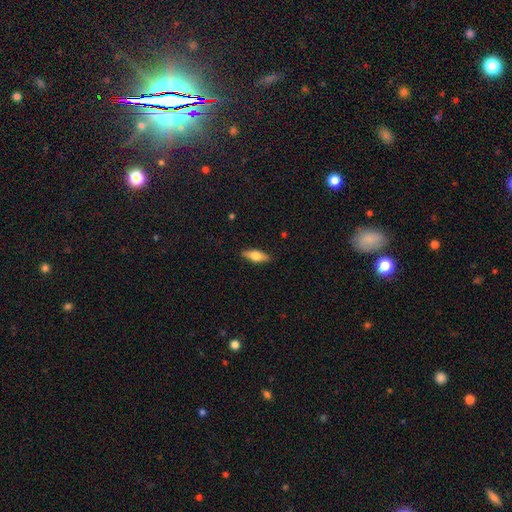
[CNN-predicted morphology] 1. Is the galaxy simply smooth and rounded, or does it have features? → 56% smooth, 37% featured or disk, 6% star or artifact.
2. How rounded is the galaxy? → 63% in between, 34% cigar-shaped, 3% round.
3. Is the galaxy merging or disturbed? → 88% none, 9% minor disturbance, 2% major disturbance, 1% merger.